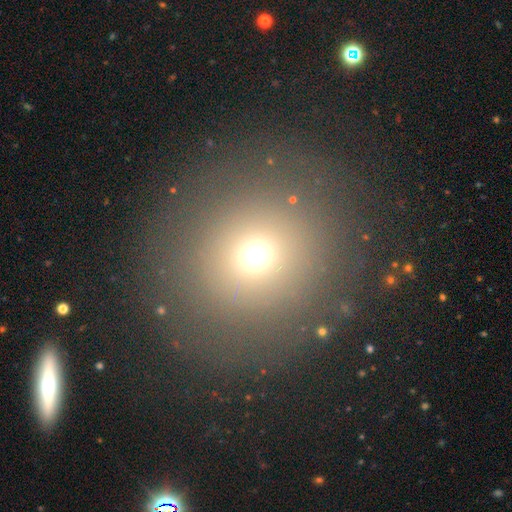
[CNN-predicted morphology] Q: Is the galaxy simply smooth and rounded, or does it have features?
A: smooth — 66%.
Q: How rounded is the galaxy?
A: round — 91%.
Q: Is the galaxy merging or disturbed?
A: none — 83%.